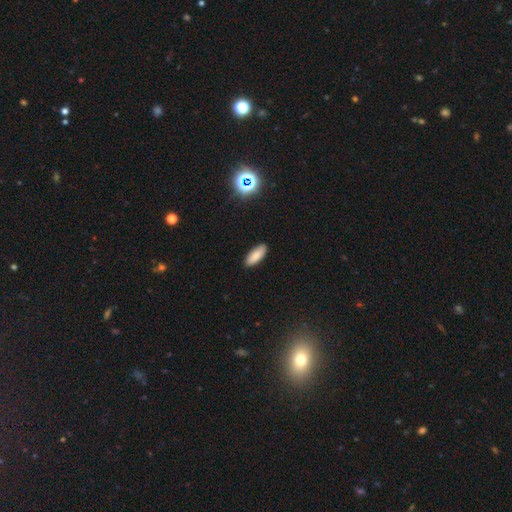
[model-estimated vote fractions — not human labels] Q: Smooth or featured?
A: smooth (84%); runner-up: star or artifact (8%)
Q: How rounded?
A: in between (75%); runner-up: cigar-shaped (23%)
Q: Merging?
A: none (89%); runner-up: minor disturbance (8%)